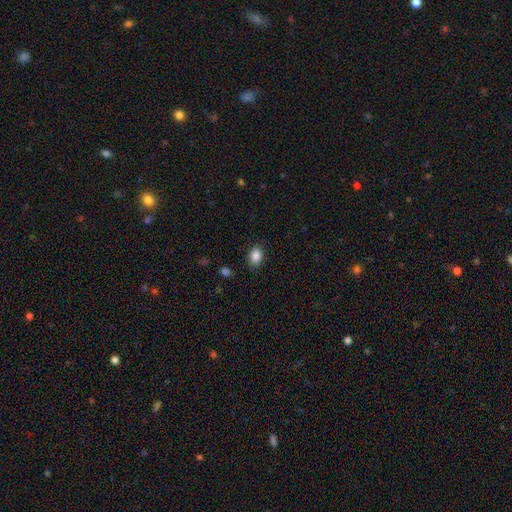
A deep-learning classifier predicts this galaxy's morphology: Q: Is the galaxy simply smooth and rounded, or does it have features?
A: smooth — 87%.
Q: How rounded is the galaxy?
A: in between — 78%.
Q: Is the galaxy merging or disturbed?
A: none — 86%.